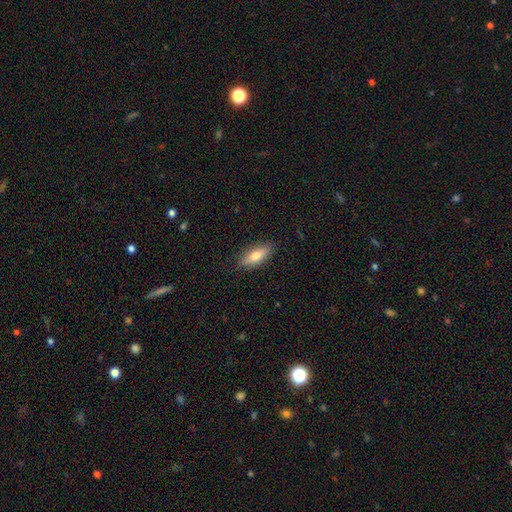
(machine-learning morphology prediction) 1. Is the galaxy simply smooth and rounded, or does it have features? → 73% smooth, 21% featured or disk, 7% star or artifact.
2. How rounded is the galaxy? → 69% in between, 29% cigar-shaped, 3% round.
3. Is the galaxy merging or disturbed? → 86% none, 11% minor disturbance, 2% major disturbance, 1% merger.